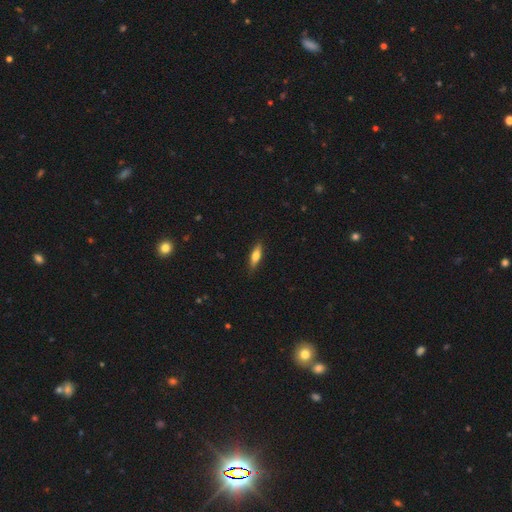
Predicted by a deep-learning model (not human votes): Overall: smooth (68%). How rounded: cigar-shaped (51%; in between 47%). Merging: none (86%).